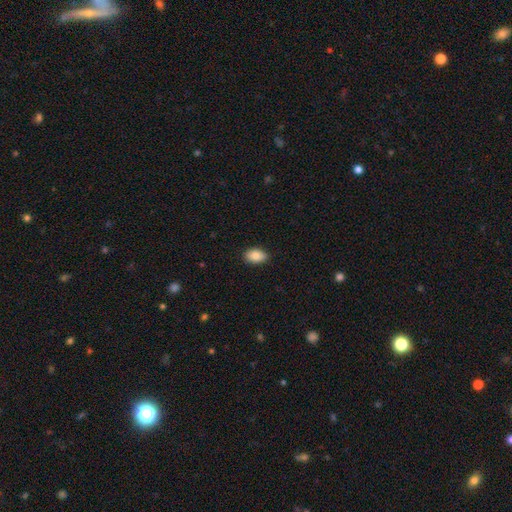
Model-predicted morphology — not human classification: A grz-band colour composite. It shows a smooth galaxy with no disk features (87%) that is in between round and cigar-shaped (91%). Merging: none (87%).